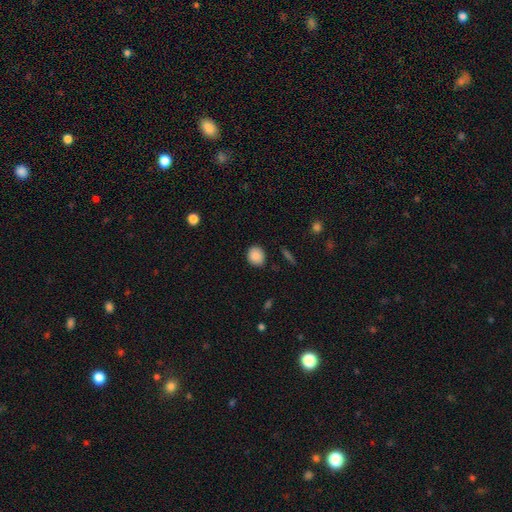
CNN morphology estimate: smooth-or-featured: smooth: 88% | star or artifact: 8% | featured or disk: 4%
  how-rounded: round: 73% | in between: 26% | cigar-shaped: 1%
  merging: none: 85% | minor disturbance: 11% | major disturbance: 2% | merger: 2%